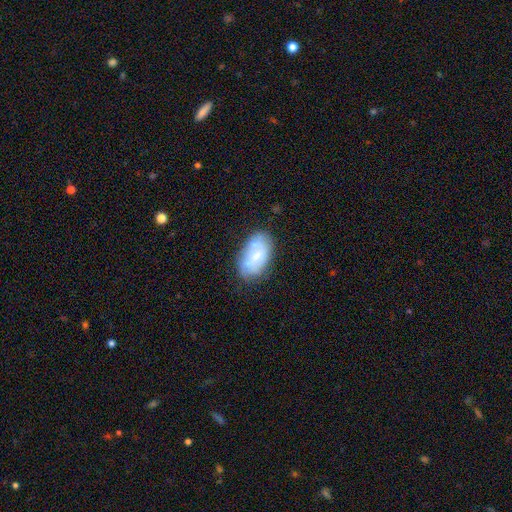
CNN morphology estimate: type=smooth (52%); roundness=in between (92%); merging=none (64%).